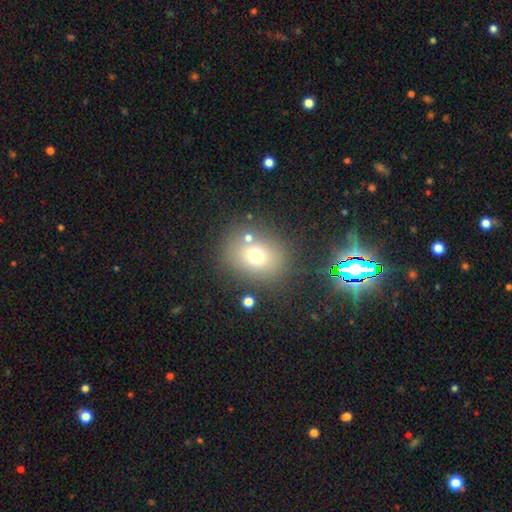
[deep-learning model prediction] This is likely a smooth galaxy (69%). How rounded: likely round (61%). Merging: likely none (75%).